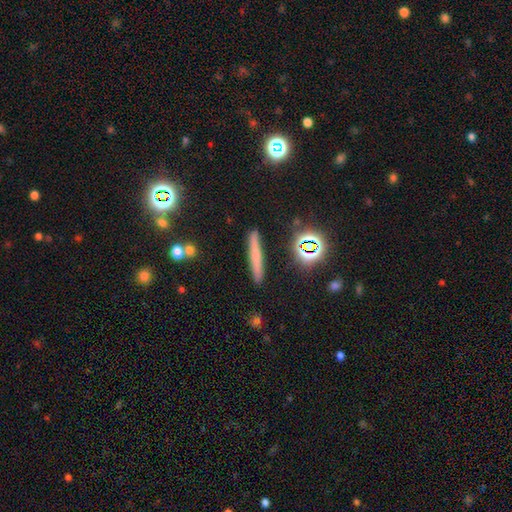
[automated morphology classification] Smooth or featured?
  - smooth: 52% *
  - featured or disk: 33%
  - star or artifact: 15%
How rounded?
  - cigar-shaped: 90% *
  - in between: 6%
  - round: 4%
Merging?
  - none: 88% *
  - minor disturbance: 8%
  - merger: 2%
  - major disturbance: 2%